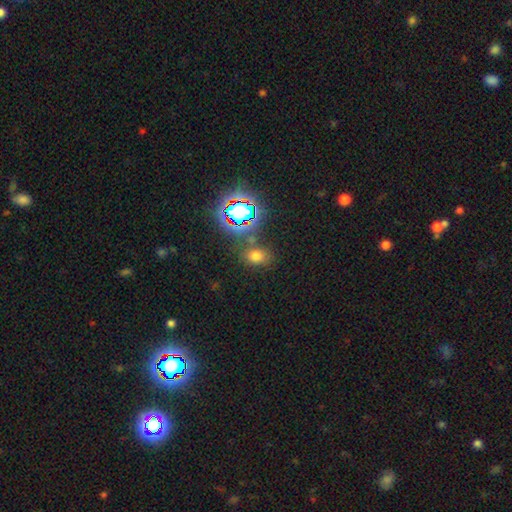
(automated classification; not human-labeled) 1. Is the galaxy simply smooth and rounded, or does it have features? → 61% smooth, 30% star or artifact, 9% featured or disk.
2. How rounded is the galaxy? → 69% in between, 30% round, 2% cigar-shaped.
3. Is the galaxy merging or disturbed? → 73% none, 13% minor disturbance, 9% merger, 5% major disturbance.